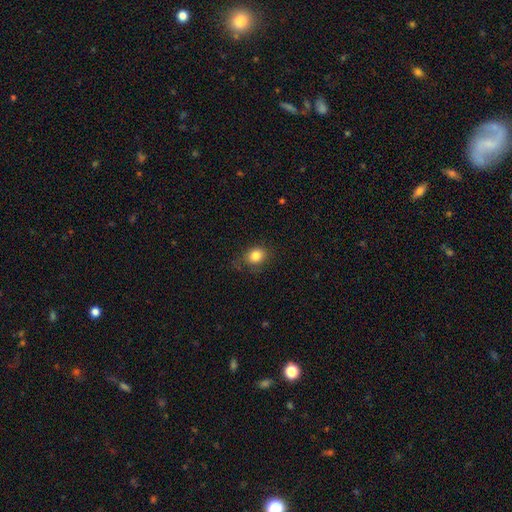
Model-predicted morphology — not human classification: Q: Smooth or featured?
A: smooth (83%); runner-up: star or artifact (10%)
Q: How rounded?
A: round (55%); runner-up: in between (44%)
Q: Merging?
A: none (72%); runner-up: minor disturbance (20%)